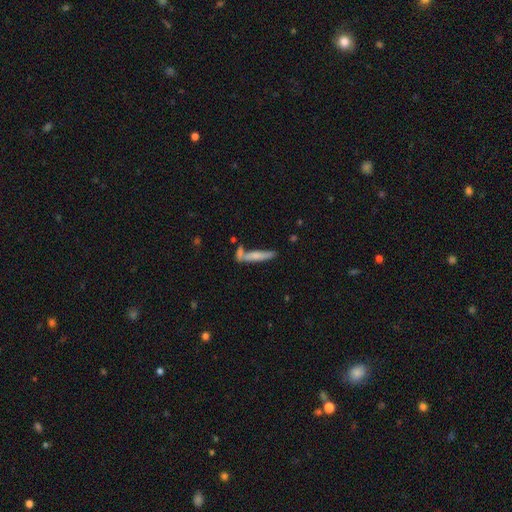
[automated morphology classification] A smooth galaxy with no disk features (64%) that is cigar-shaped (88%).

Vote fractions:
- Smooth or featured? smooth: 64% / featured or disk: 30% / star or artifact: 7%
- How rounded? cigar-shaped: 88% / in between: 10% / round: 2%
- Merging? none: 60% / merger: 21% / minor disturbance: 15% / major disturbance: 5%